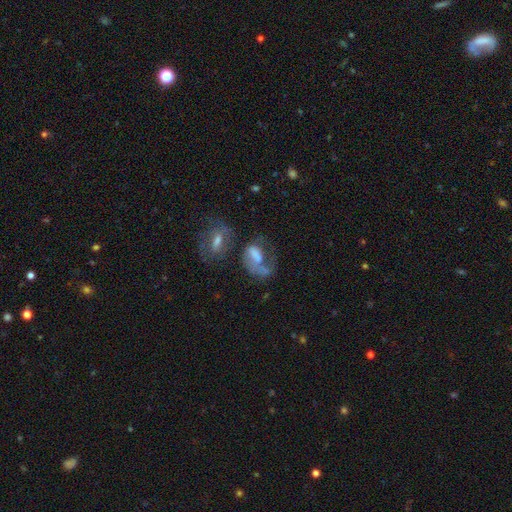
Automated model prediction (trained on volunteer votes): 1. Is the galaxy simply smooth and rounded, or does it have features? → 50% featured or disk, 34% smooth, 16% star or artifact.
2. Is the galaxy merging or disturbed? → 30% none, 29% major disturbance, 26% merger, 15% minor disturbance.